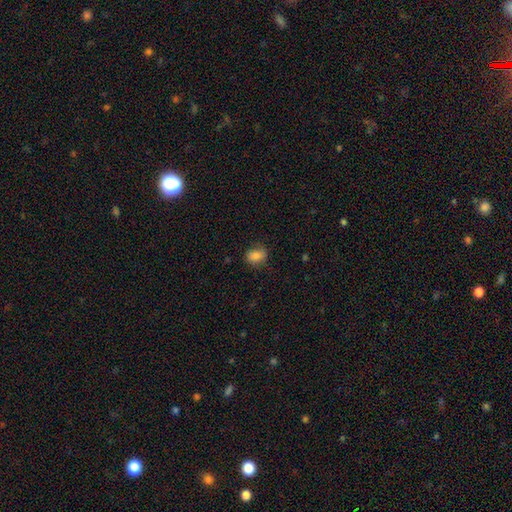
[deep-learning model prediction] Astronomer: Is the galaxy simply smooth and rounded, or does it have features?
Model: smooth — 83%.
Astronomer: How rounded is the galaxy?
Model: in between — 63%.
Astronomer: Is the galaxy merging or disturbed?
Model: none — 76%.